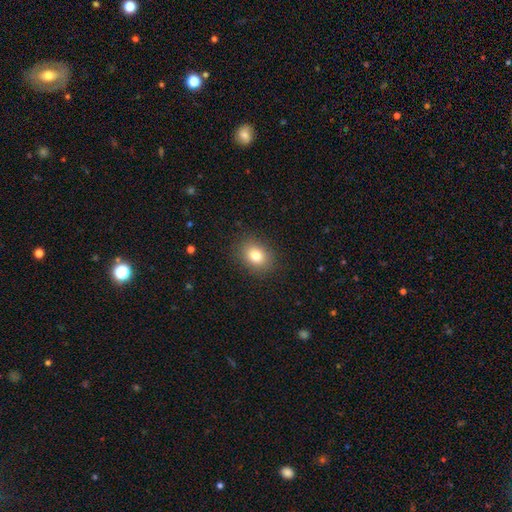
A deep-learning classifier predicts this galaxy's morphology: smooth 81%, star or artifact 11%, featured or disk 8%. Down the decision tree: how rounded — in between (54%); merging — none (87%).